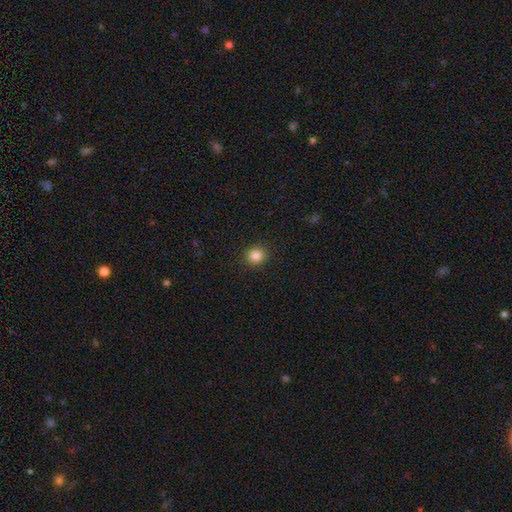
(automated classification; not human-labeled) Overall: smooth (85%). How rounded: round (86%). Merging: none (91%).